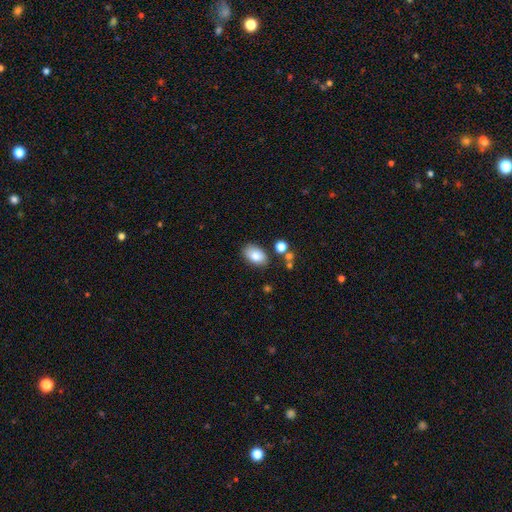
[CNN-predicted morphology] A smooth galaxy with no disk features (82%) that is in between round and cigar-shaped (90%). Merging: none (78%).